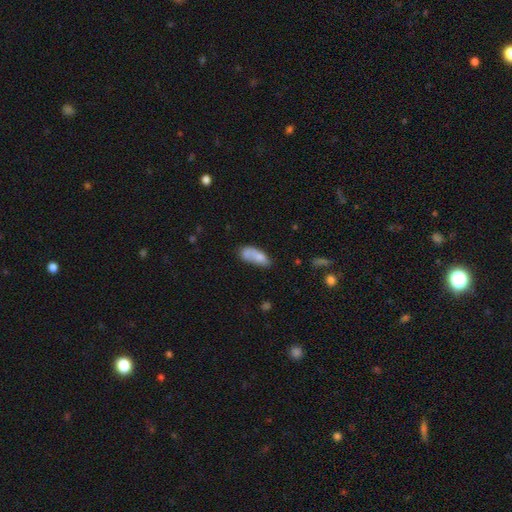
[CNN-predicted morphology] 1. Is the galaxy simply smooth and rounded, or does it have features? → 70% smooth, 22% featured or disk, 9% star or artifact.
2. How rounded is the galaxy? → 79% in between, 18% cigar-shaped, 3% round.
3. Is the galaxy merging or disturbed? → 35% none, 26% merger, 24% minor disturbance, 15% major disturbance.